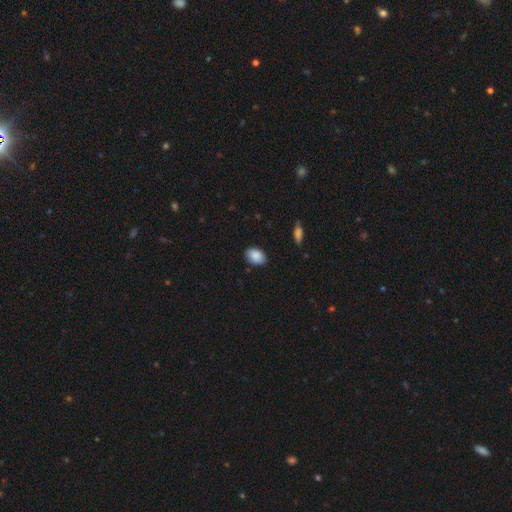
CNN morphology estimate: Q: Smooth or featured?
A: smooth (89%); runner-up: star or artifact (7%)
Q: How rounded?
A: in between (83%); runner-up: round (16%)
Q: Merging?
A: none (84%); runner-up: minor disturbance (13%)